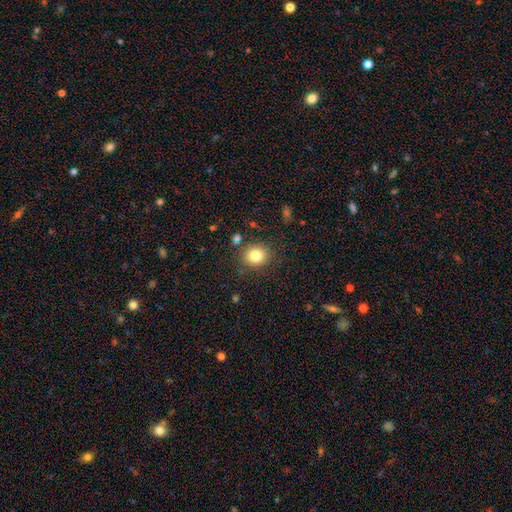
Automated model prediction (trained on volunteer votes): A smooth galaxy with no disk features (81%) that is round (73%). Merging: none (84%).